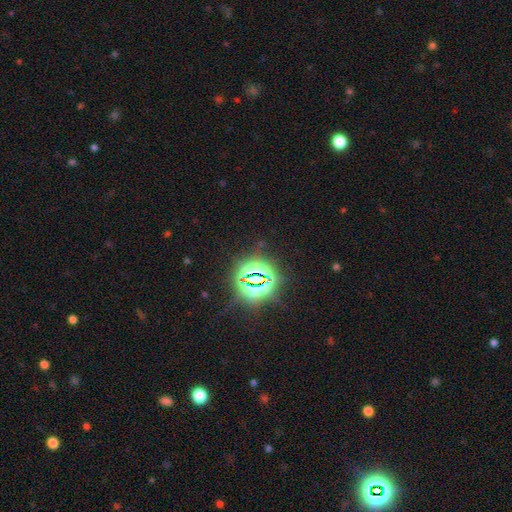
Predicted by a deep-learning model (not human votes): Q: Smooth or featured?
A: star or artifact (81%); runner-up: smooth (12%)